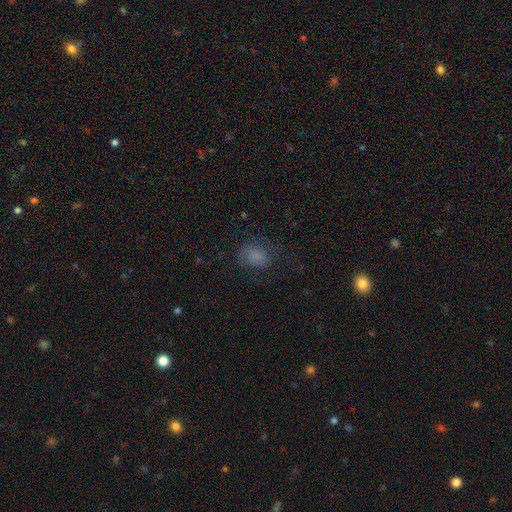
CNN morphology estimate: smooth_or_featured: smooth (p=0.68) [alt: featured or disk p=0.17]
how_rounded: in between (p=0.55) [alt: round p=0.44]
merging: none (p=0.60) [alt: minor disturbance p=0.21]